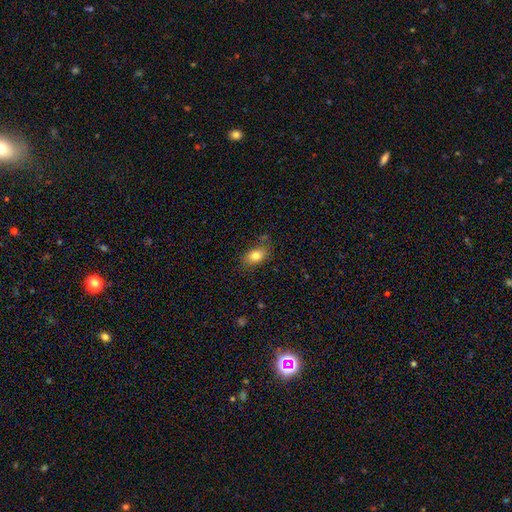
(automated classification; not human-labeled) Q: Smooth or featured?
A: smooth (81%); runner-up: featured or disk (10%)
Q: How rounded?
A: in between (82%); runner-up: round (16%)
Q: Merging?
A: none (75%); runner-up: minor disturbance (18%)